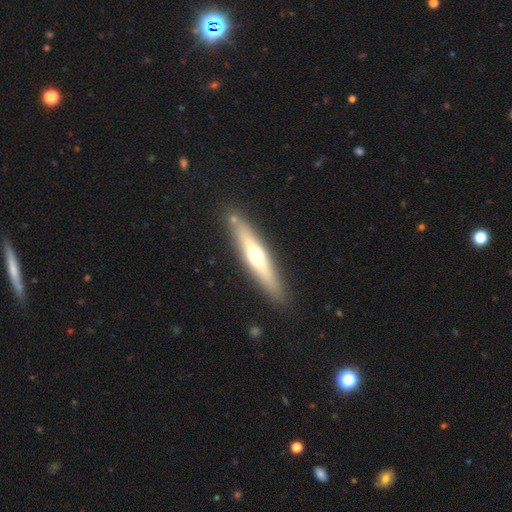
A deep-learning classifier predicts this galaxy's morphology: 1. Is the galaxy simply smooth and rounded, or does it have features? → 53% featured or disk, 41% smooth, 6% star or artifact.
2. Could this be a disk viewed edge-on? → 91% yes, 9% no.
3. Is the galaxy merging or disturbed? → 86% none, 9% minor disturbance, 3% merger, 2% major disturbance.